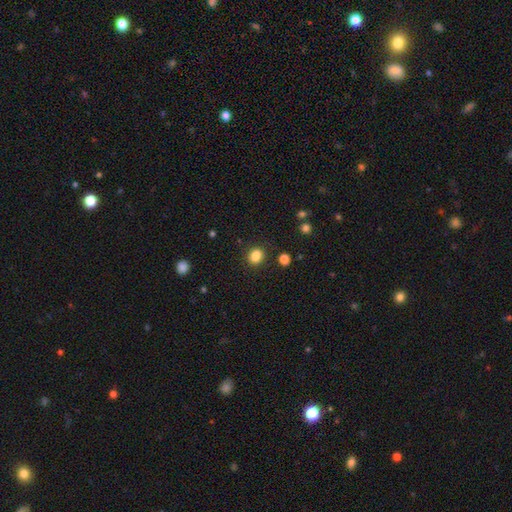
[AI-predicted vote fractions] Smooth or featured? Predicted: smooth (p=0.84). How rounded? Predicted: round (p=0.56). Merging? Predicted: none (p=0.80).